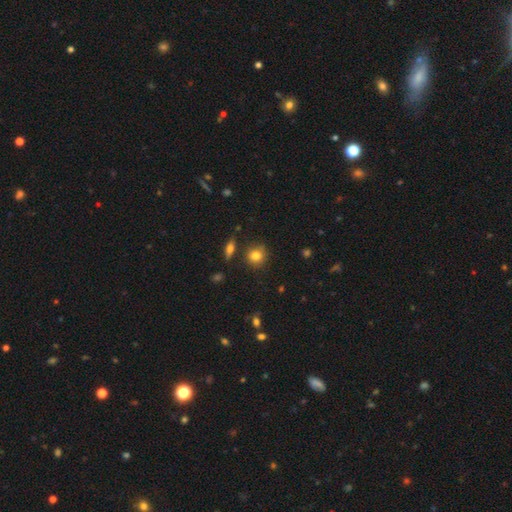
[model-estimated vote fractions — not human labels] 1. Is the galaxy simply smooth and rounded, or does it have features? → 80% smooth, 11% star or artifact, 9% featured or disk.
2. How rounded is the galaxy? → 85% round, 13% in between, 2% cigar-shaped.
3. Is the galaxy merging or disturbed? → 80% none, 13% minor disturbance, 4% merger, 3% major disturbance.